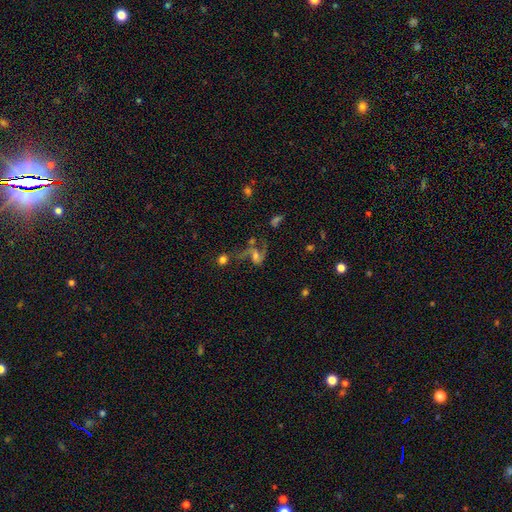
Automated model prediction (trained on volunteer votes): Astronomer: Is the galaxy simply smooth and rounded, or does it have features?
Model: featured or disk — 65%.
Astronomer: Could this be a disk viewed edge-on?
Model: no — 96%.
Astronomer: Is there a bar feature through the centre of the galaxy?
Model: no — 52% (runner-up: weak, 36%).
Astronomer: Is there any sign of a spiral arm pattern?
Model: yes — 83%.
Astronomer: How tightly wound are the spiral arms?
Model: loose — 70%.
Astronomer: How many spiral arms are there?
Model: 2 — 76%.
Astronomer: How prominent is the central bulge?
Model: moderate — 44% (runner-up: small, 29%).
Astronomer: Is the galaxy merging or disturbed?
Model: none — 31% (runner-up: major disturbance, 30%).